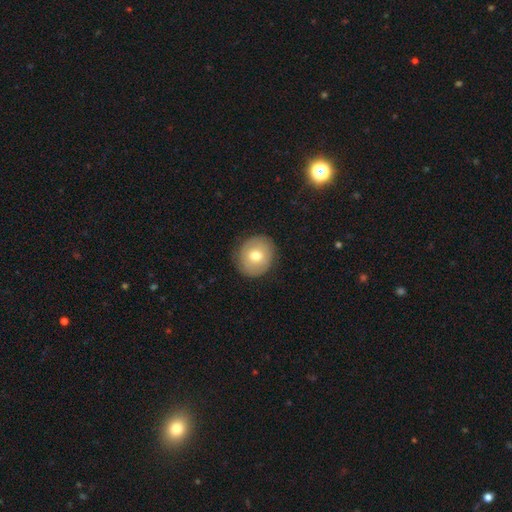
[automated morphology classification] Q: Smooth or featured?
A: smooth (64%); runner-up: featured or disk (28%)
Q: How rounded?
A: round (80%); runner-up: in between (19%)
Q: Merging?
A: none (85%); runner-up: minor disturbance (11%)